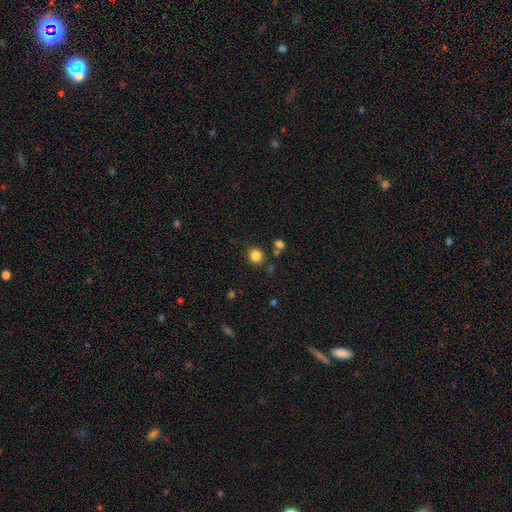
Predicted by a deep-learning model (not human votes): smooth 84%, star or artifact 12%, featured or disk 4%. Down the decision tree: how rounded — round (85%); merging — none (83%).